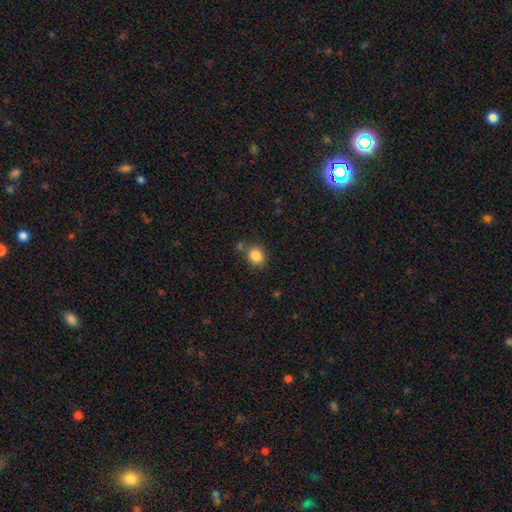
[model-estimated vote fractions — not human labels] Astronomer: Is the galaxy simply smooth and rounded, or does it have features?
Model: smooth — 86%.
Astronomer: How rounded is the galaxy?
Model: round — 70%.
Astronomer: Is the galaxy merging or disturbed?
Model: none — 75%.